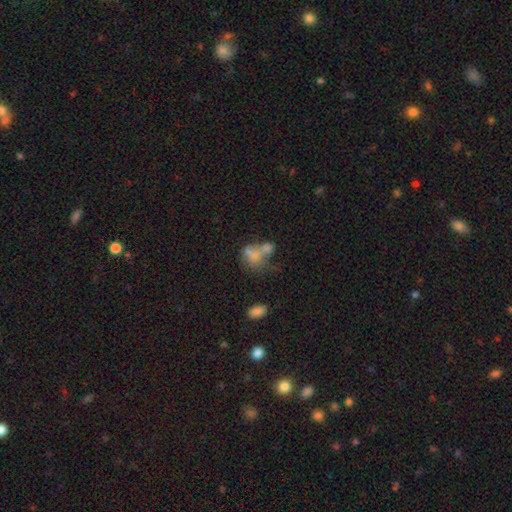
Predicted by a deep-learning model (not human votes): smooth_or_featured: smooth (p=0.53) [alt: featured or disk p=0.31]
how_rounded: in between (p=0.58) [alt: round p=0.40]
merging: merger (p=0.51) [alt: none p=0.23]